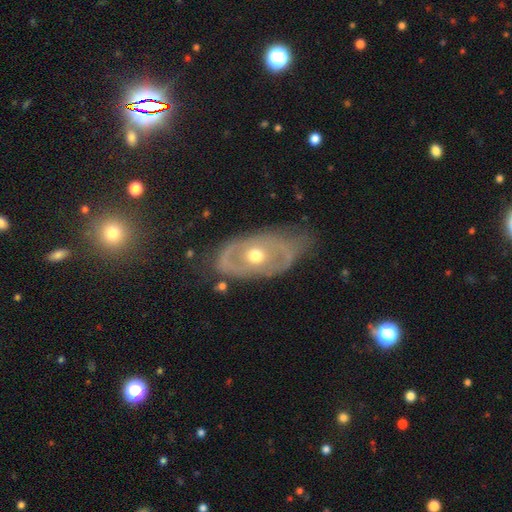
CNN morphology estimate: Smooth or featured? featured or disk (74%)
Edge-on disk? no (91%)
Bar? no (84%)
Spiral arms? no (54%)
Bulge size? moderate (75%)
Merging? none (62%)